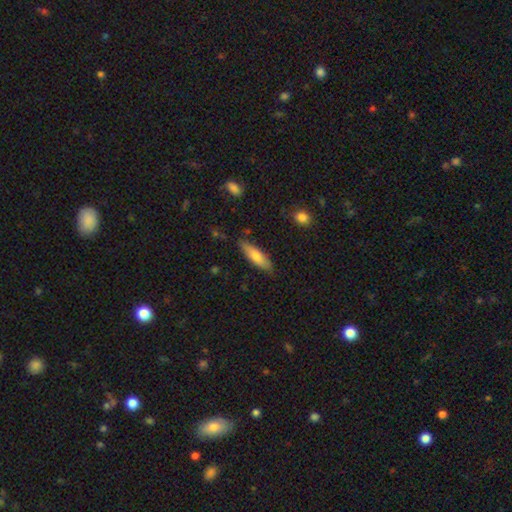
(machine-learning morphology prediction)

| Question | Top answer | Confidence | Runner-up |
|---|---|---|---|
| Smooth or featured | smooth | 73% | featured or disk (21%) |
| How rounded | cigar-shaped | 63% | in between (35%) |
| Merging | none | 83% | minor disturbance (13%) |